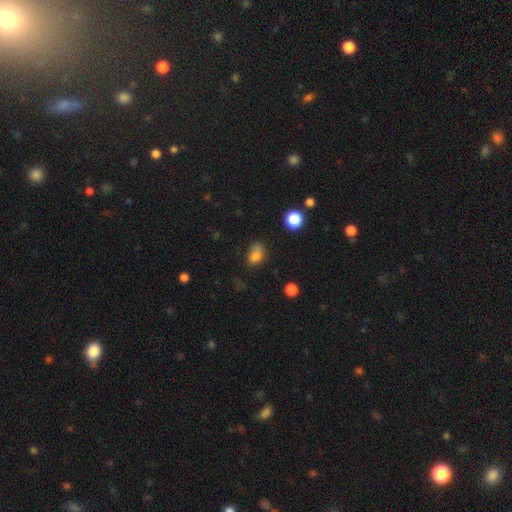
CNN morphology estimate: Smooth or featured: smooth — 79% (star or artifact — 13%)
How rounded: in between — 72% (round — 27%)
Merging: none — 48% (minor disturbance — 30%)